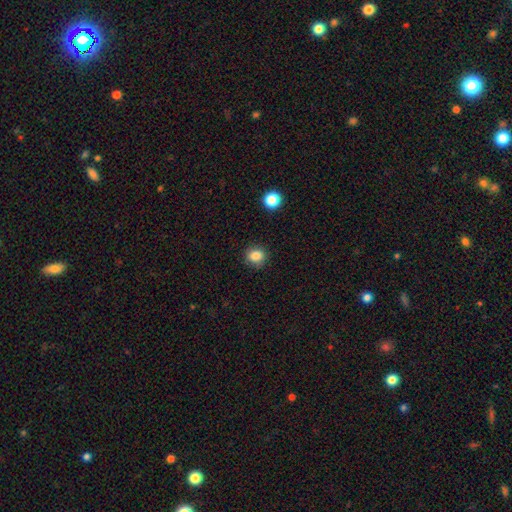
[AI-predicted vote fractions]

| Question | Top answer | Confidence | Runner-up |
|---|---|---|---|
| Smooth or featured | smooth | 84% | star or artifact (11%) |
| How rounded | round | 79% | in between (20%) |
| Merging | none | 88% | minor disturbance (8%) |